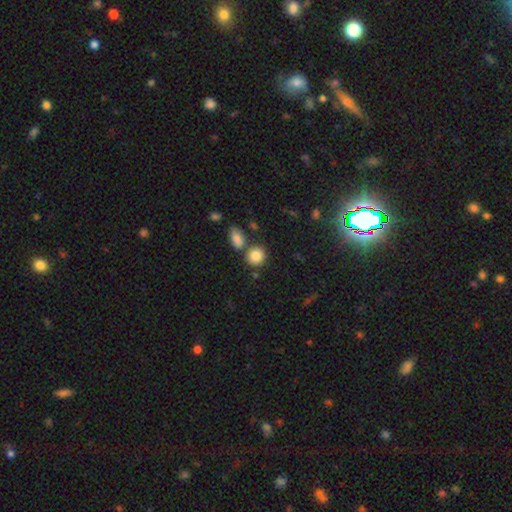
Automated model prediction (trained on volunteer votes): smooth-or-featured: smooth: 87% | star or artifact: 9% | featured or disk: 5%
  how-rounded: round: 80% | in between: 18% | cigar-shaped: 2%
  merging: none: 70% | merger: 16% | minor disturbance: 11% | major disturbance: 3%